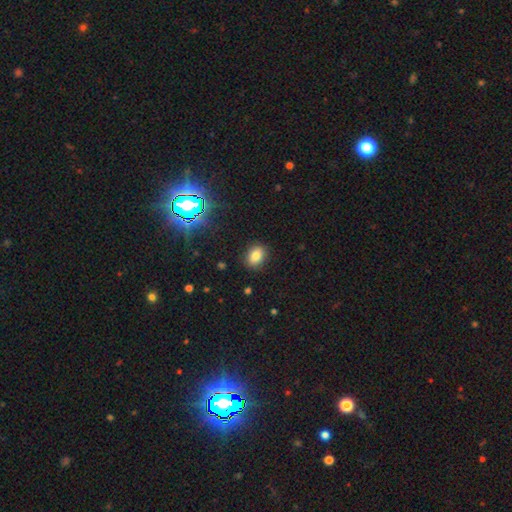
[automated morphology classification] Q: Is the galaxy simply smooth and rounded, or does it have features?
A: smooth — 78%.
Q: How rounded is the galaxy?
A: in between — 67%.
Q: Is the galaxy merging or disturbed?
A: none — 87%.